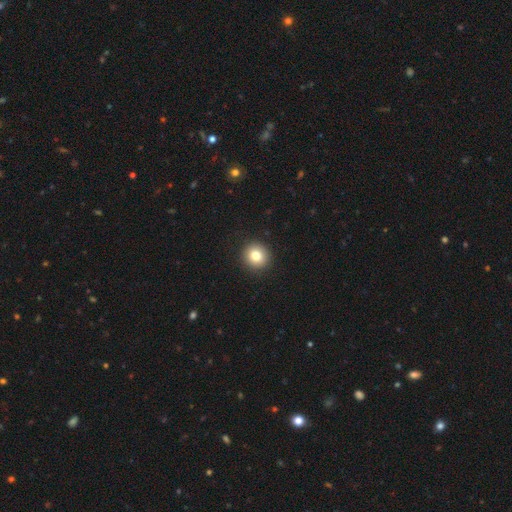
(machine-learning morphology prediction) The model was most divided on "smooth or featured": smooth: 81%, star or artifact: 11%, featured or disk: 8%. More confident: how rounded — round (93%); merging — none (92%).